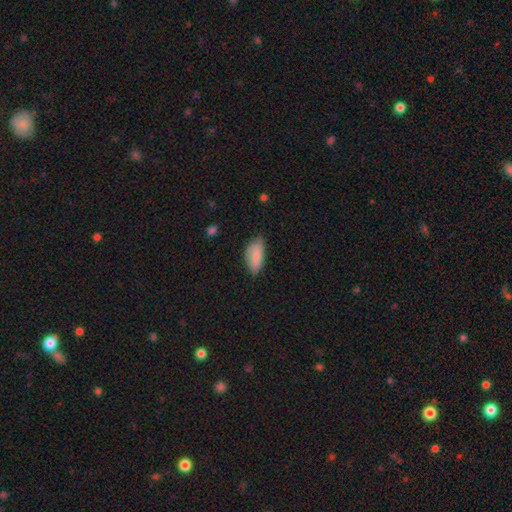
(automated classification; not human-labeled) Smooth or featured: smooth — 82% (featured or disk — 12%)
How rounded: in between — 91% (cigar-shaped — 7%)
Merging: none — 63% (minor disturbance — 31%)